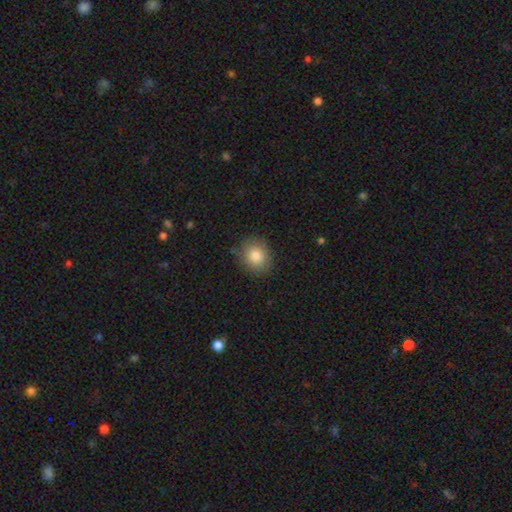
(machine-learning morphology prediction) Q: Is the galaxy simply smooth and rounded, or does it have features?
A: smooth — 84%.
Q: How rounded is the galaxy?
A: round — 66%.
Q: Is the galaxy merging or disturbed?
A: none — 85%.